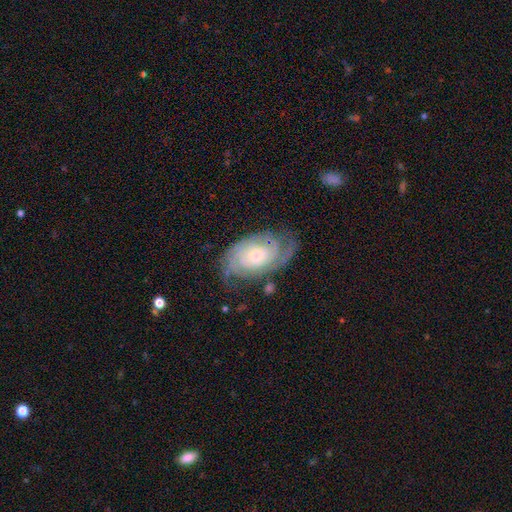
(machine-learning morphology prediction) Q: Smooth or featured?
A: featured or disk (84%); runner-up: smooth (10%)
Q: Edge-on disk?
A: no (96%); runner-up: yes (4%)
Q: Bar?
A: no (75%); runner-up: weak (21%)
Q: Spiral arms?
A: yes (95%); runner-up: no (5%)
Q: Spiral winding?
A: tight (72%); runner-up: medium (22%)
Q: Spiral arm count?
A: 2 (39%); runner-up: can't tell (30%)
Q: Bulge size?
A: small (54%); runner-up: moderate (39%)
Q: Merging?
A: none (72%); runner-up: minor disturbance (18%)